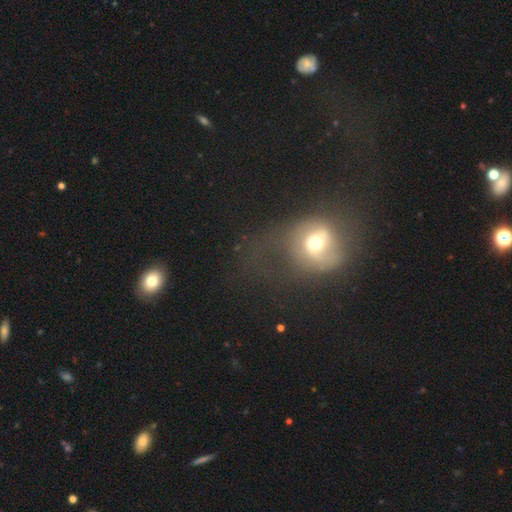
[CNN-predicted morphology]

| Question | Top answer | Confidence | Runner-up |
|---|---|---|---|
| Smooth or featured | featured or disk | 45% | smooth (38%) |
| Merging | major disturbance | 41% | none (35%) |